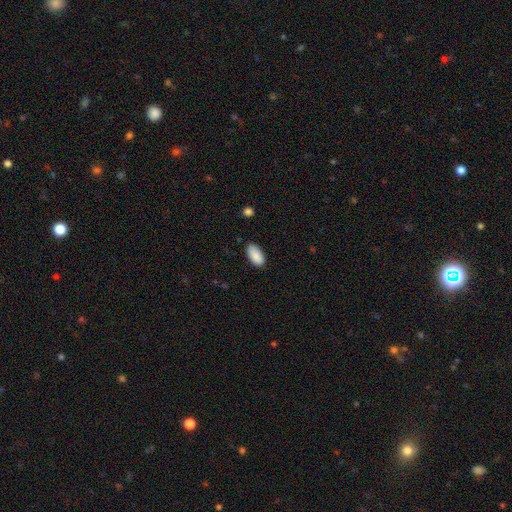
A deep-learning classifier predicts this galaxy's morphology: Smooth or featured? smooth (89%)
How rounded? in between (94%)
Merging? none (81%)